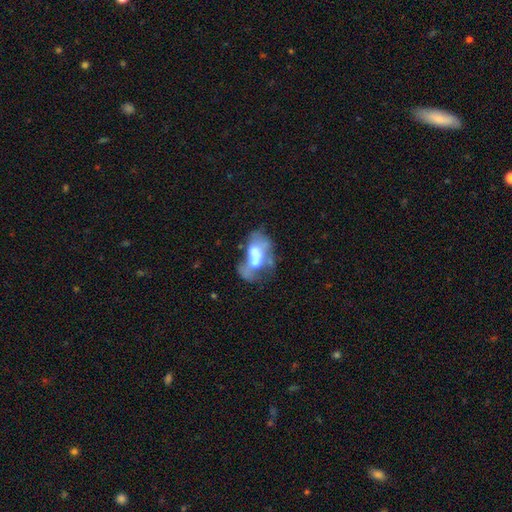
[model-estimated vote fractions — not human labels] Smooth or featured? featured or disk (48%)
Merging? merger (36%)